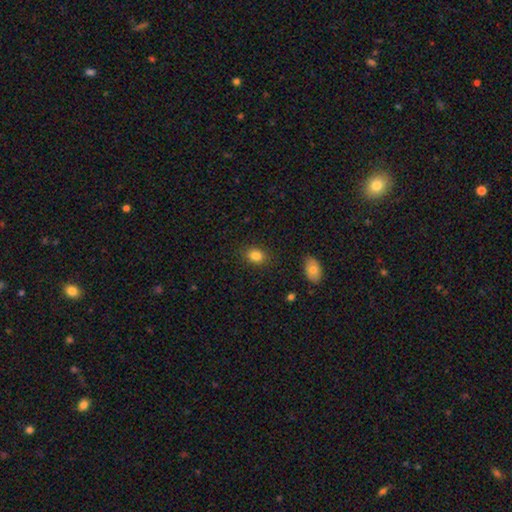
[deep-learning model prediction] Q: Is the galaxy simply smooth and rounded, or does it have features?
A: smooth — 83%.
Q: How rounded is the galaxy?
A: in between — 55%.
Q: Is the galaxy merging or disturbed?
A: none — 86%.